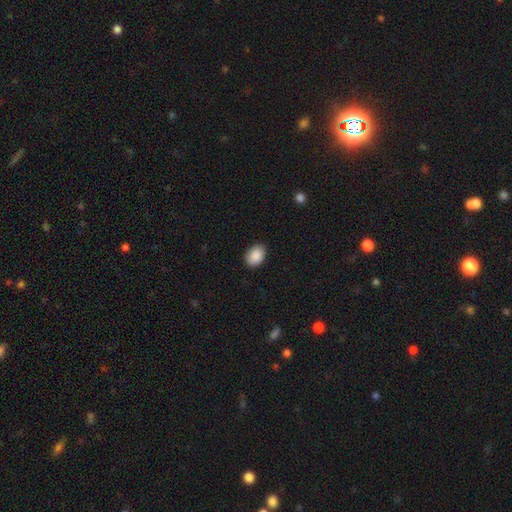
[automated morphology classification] smooth_or_featured: smooth (p=0.90) [alt: star or artifact p=0.07]
how_rounded: in between (p=0.80) [alt: round p=0.19]
merging: none (p=0.85) [alt: minor disturbance p=0.11]